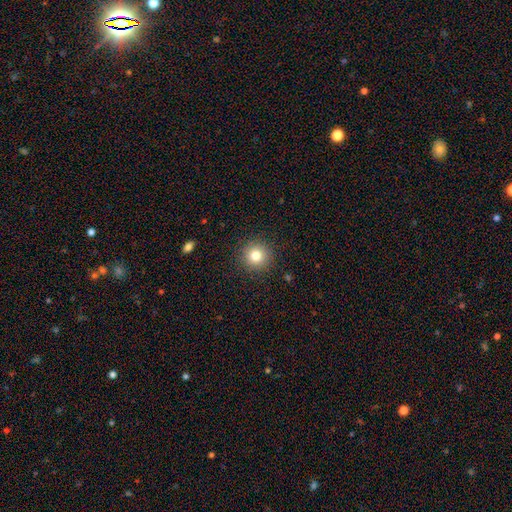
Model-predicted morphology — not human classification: Overall: smooth (80%). How rounded: round (95%). Merging: none (91%).